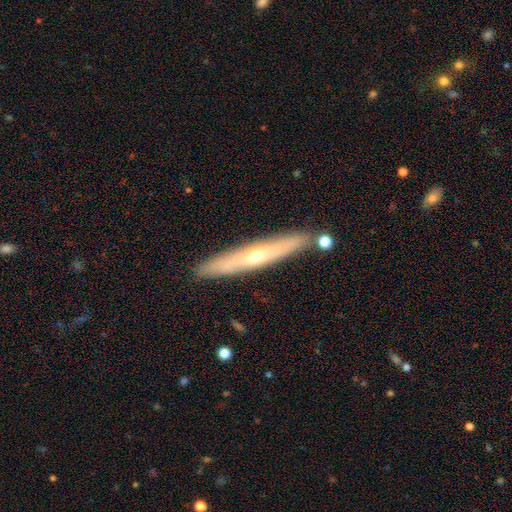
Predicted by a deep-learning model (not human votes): Morphology: type=featured or disk (58%); edge-on=yes (89%); edge-on bulge=rounded (76%); merging=none (87%).